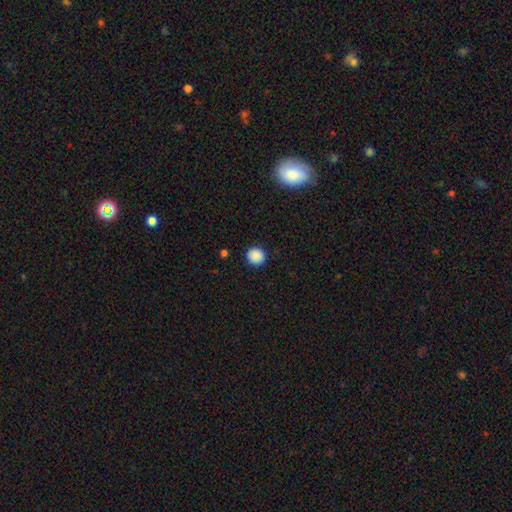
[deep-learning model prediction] Q: Smooth or featured?
A: smooth (88%); runner-up: star or artifact (9%)
Q: How rounded?
A: round (91%); runner-up: in between (8%)
Q: Merging?
A: none (90%); runner-up: minor disturbance (7%)